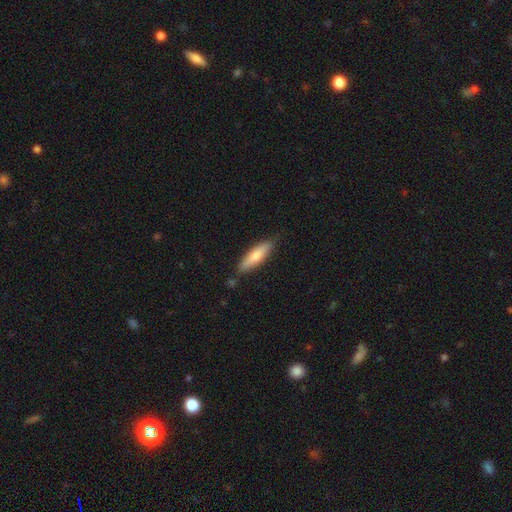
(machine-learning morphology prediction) smooth-or-featured: smooth: 72% | featured or disk: 23% | star or artifact: 6%
  how-rounded: cigar-shaped: 66% | in between: 33% | round: 2%
  merging: none: 79% | minor disturbance: 16% | merger: 3% | major disturbance: 3%